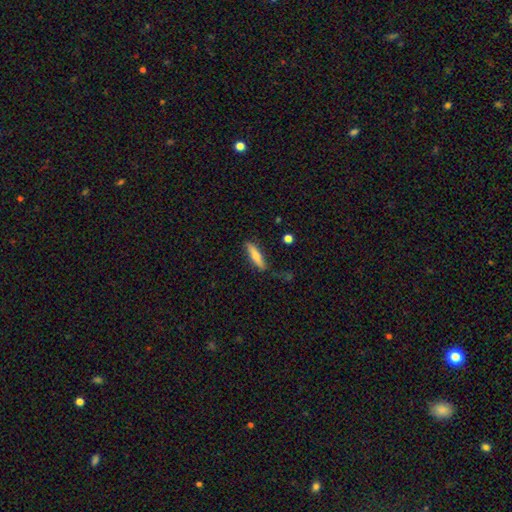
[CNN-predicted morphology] type=smooth (65%); roundness=cigar-shaped (76%); merging=none (77%).